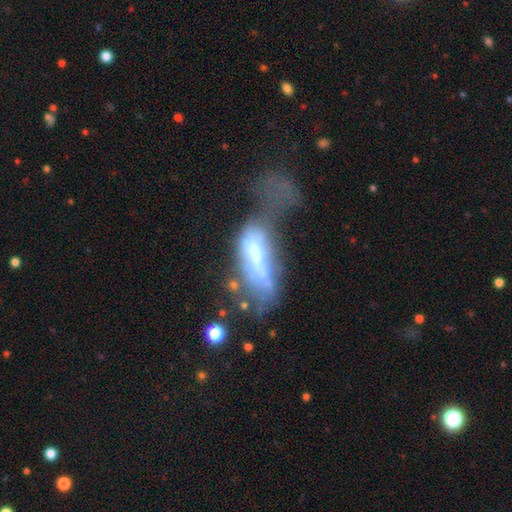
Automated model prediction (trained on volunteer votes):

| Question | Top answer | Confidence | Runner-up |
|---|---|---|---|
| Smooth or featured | featured or disk | 46% | smooth (42%) |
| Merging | major disturbance | 54% | merger (23%) |